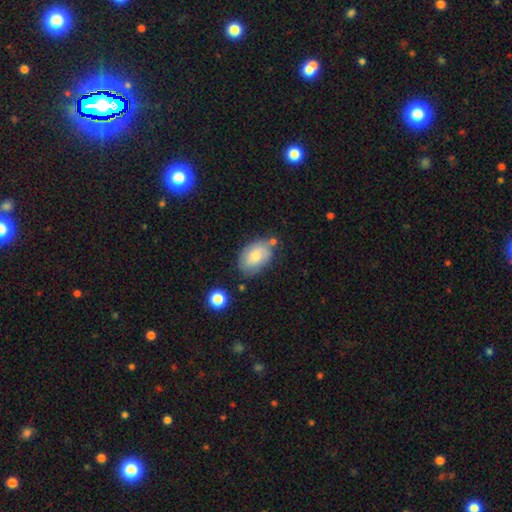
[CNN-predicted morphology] Smooth or featured: smooth — 75% (featured or disk — 18%)
How rounded: in between — 90% (round — 9%)
Merging: none — 68% (minor disturbance — 20%)